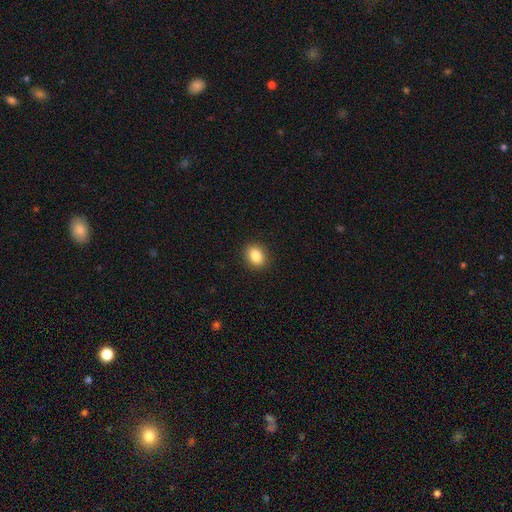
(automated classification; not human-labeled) smooth_or_featured: smooth (p=0.85) [alt: star or artifact p=0.09]
how_rounded: round (p=0.51) [alt: in between p=0.48]
merging: none (p=0.91) [alt: minor disturbance p=0.07]